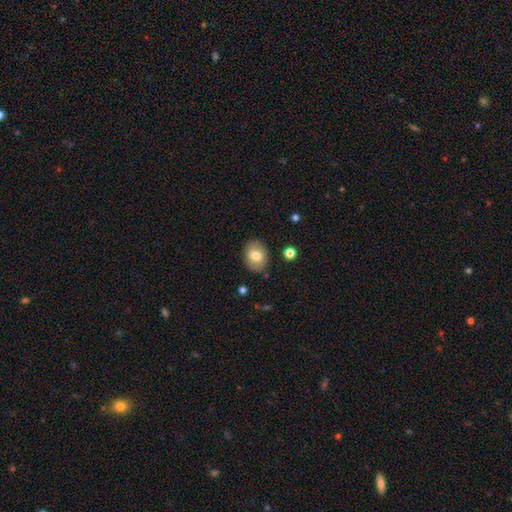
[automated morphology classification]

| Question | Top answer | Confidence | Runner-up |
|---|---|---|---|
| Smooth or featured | smooth | 76% | featured or disk (16%) |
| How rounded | in between | 61% | round (38%) |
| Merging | none | 86% | minor disturbance (10%) |